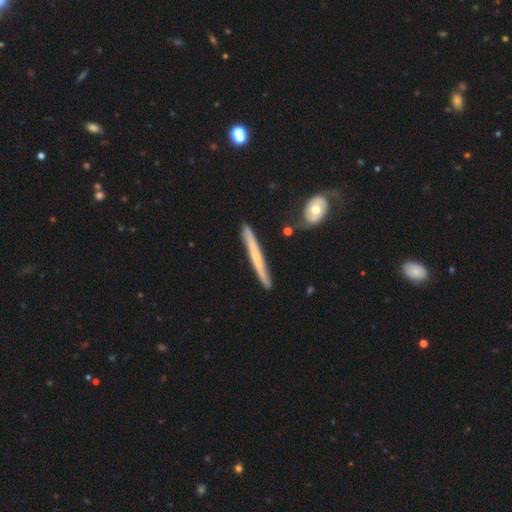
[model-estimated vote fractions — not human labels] A featured or disk galaxy (60%) viewed edge-on (94%) with no central bulge (52%). Merging: none (87%).